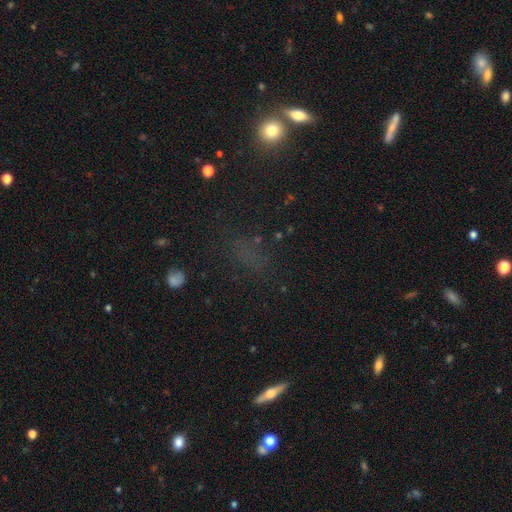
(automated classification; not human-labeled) Smooth or featured? Predicted: star or artifact (p=0.43, tied with smooth).